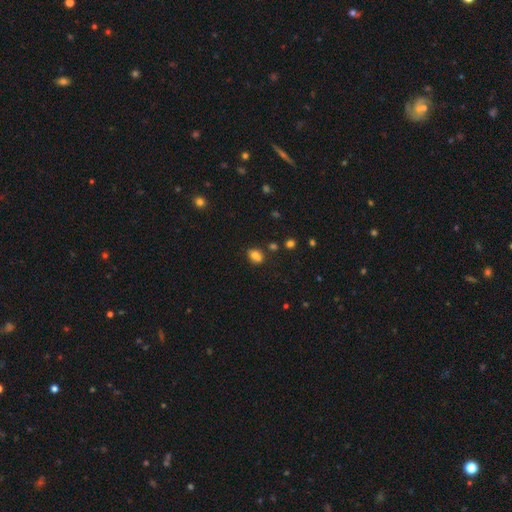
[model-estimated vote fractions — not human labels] Smooth or featured: smooth — 76% (star or artifact — 14%)
How rounded: in between — 59% (round — 39%)
Merging: none — 62% (minor disturbance — 19%)